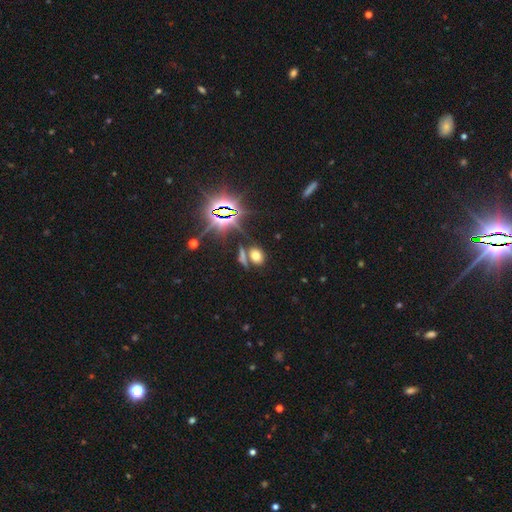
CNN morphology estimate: smooth_or_featured: smooth (p=0.56) [alt: star or artifact p=0.34]
how_rounded: in between (p=0.61) [alt: round p=0.36]
merging: none (p=0.68) [alt: merger p=0.16]